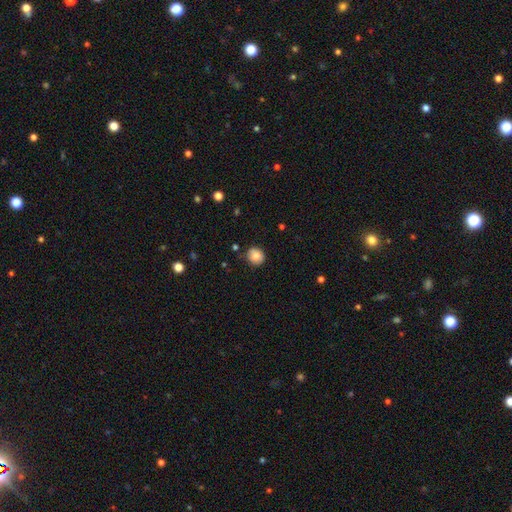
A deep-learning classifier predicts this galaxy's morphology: Smooth or featured?
  - smooth: 82% *
  - featured or disk: 9%
  - star or artifact: 9%
How rounded?
  - round: 86% *
  - in between: 13%
  - cigar-shaped: 1%
Merging?
  - none: 83% *
  - minor disturbance: 12%
  - major disturbance: 3%
  - merger: 2%